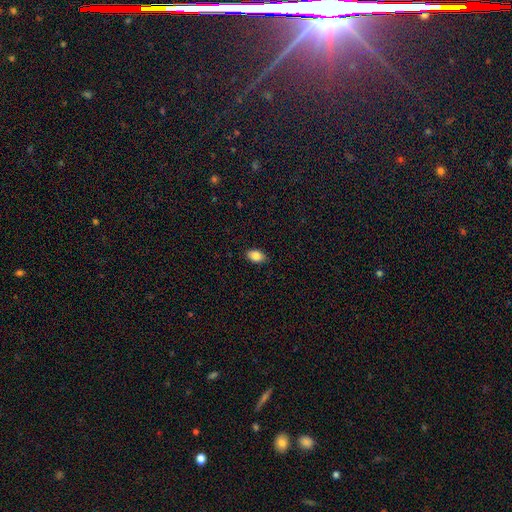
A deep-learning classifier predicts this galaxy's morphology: Smooth or featured? smooth (86%)
How rounded? in between (88%)
Merging? none (87%)